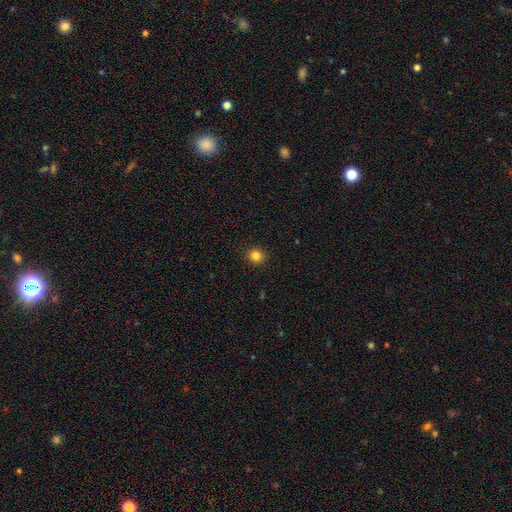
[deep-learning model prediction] The model was most divided on "smooth or featured": smooth: 83%, star or artifact: 12%, featured or disk: 4%. More confident: merging — none (92%); how rounded — round (86%).